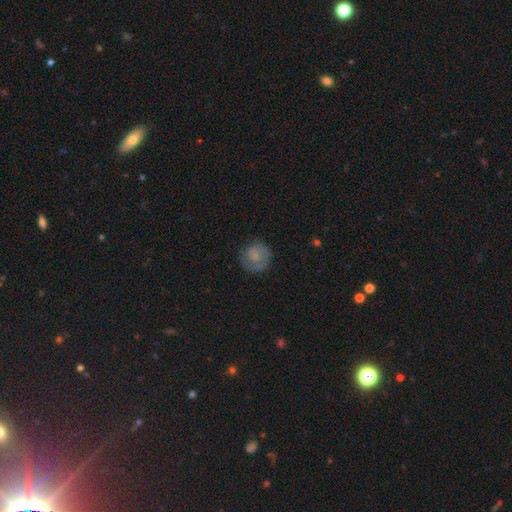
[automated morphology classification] Smooth or featured? Predicted: smooth (p=0.60). How rounded? Predicted: round (p=0.90). Merging? Predicted: none (p=0.73).